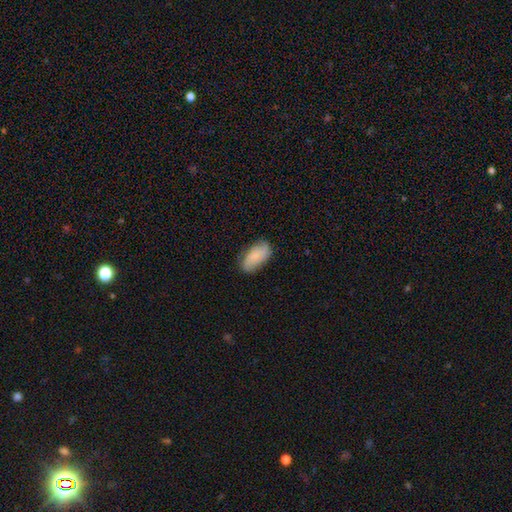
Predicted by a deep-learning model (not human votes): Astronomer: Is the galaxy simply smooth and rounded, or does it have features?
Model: smooth — 58% (runner-up: featured or disk, 35%).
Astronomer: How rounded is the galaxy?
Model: in between — 92%.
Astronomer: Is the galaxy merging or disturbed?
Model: none — 73%.